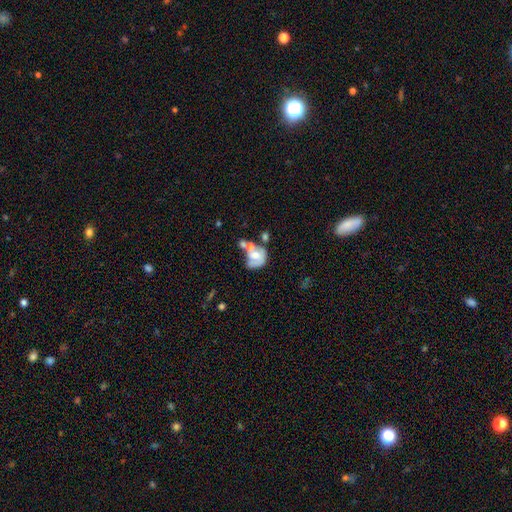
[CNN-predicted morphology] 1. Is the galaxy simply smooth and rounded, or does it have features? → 46% smooth, 45% featured or disk, 9% star or artifact.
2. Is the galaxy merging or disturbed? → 45% merger, 21% none, 17% major disturbance, 17% minor disturbance.